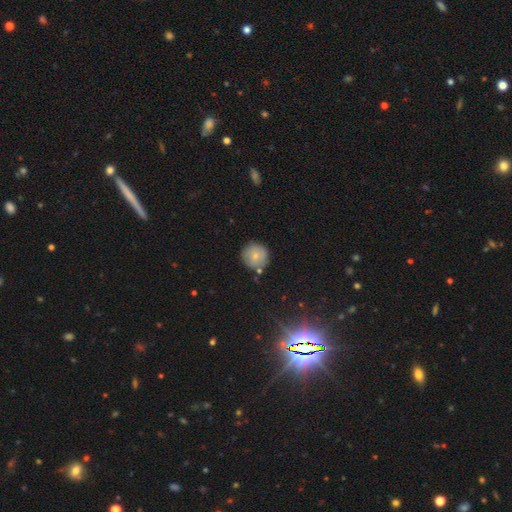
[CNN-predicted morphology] smooth 74%, featured or disk 17%, star or artifact 10%. Down the decision tree: how rounded — round (94%); merging — none (79%).